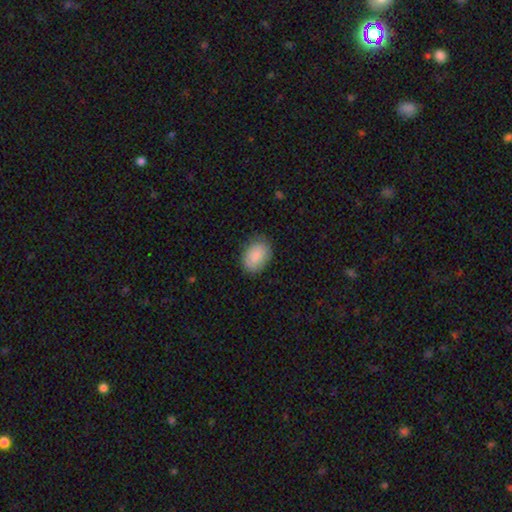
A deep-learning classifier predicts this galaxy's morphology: The model was most divided on "merging": none: 80%, minor disturbance: 15%, major disturbance: 3%, merger: 1%. More confident: smooth or featured — smooth (88%); how rounded — in between (83%).